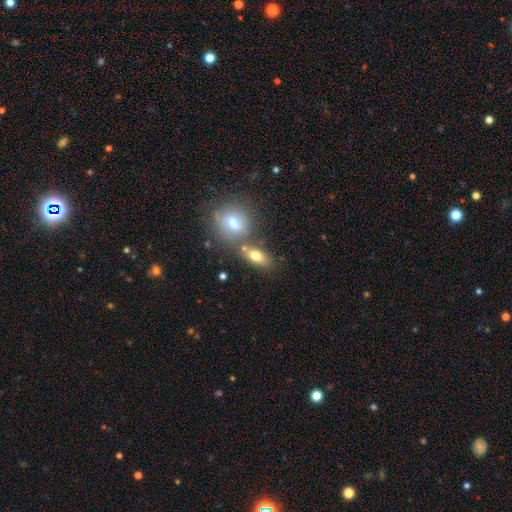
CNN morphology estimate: A smooth galaxy with no disk features (75%) that is in between round and cigar-shaped (80%).

Vote fractions:
- Smooth or featured? smooth: 75% / featured or disk: 15% / star or artifact: 10%
- How rounded? in between: 80% / round: 13% / cigar-shaped: 7%
- Merging? none: 56% / merger: 28% / minor disturbance: 12% / major disturbance: 4%